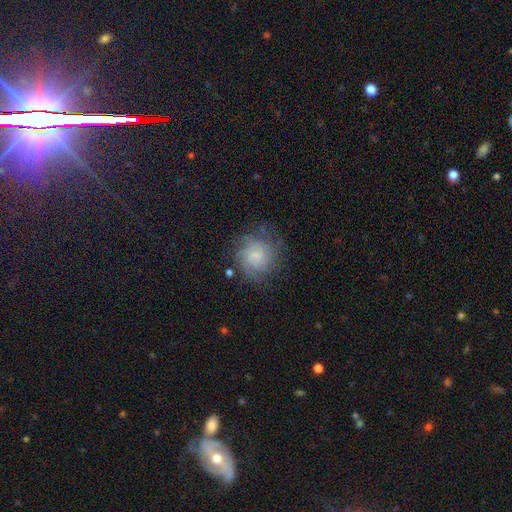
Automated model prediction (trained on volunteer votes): Overall: featured or disk (60%; smooth 29%). Edge-on disk: no (98%). Bar: no (68%). Spiral arms: yes (88%). Spiral arm count: can't tell (45%; 2 17%). Spiral winding: tight (58%; medium 31%). Bulge size: small (59%; none 19%). Merging: none (68%).